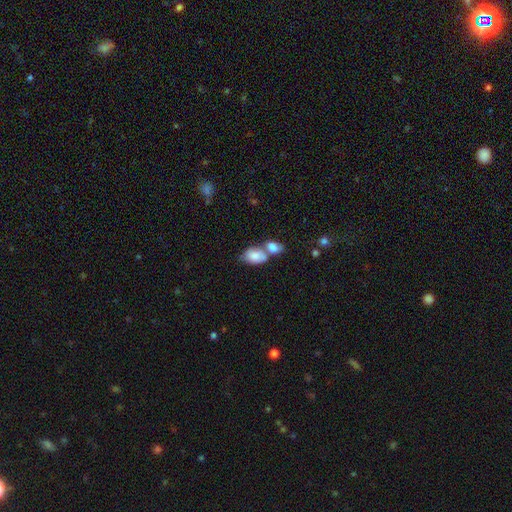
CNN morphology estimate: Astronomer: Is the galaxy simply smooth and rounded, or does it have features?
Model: smooth — 79%.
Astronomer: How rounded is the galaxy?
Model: in between — 89%.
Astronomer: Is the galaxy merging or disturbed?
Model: merger — 59%.